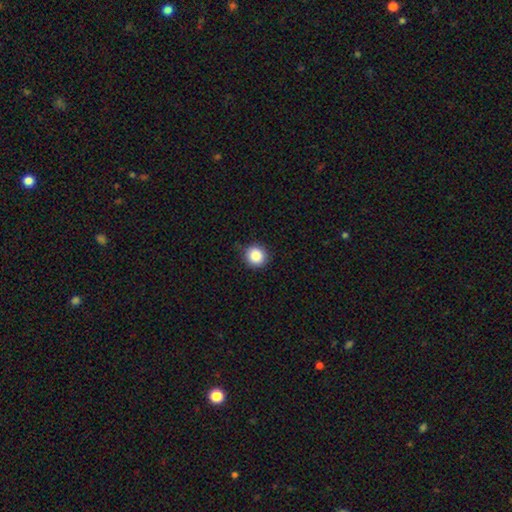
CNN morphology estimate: Smooth or featured: smooth — 87% (star or artifact — 9%)
How rounded: round — 93% (in between — 6%)
Merging: none — 86% (minor disturbance — 11%)